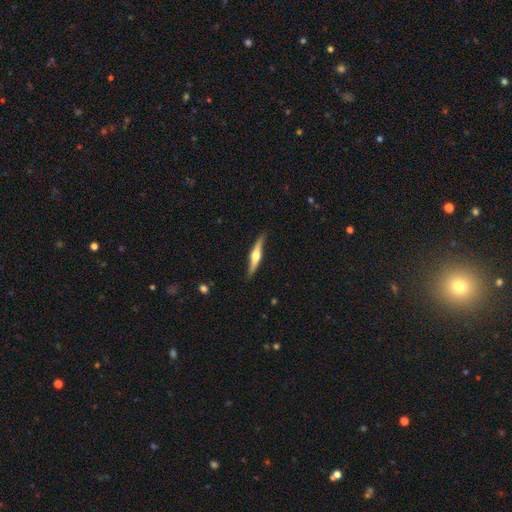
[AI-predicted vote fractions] Overall: featured or disk (70%). Edge-on disk: yes (94%). Edge-on bulge: rounded (91%). Merging: none (82%).